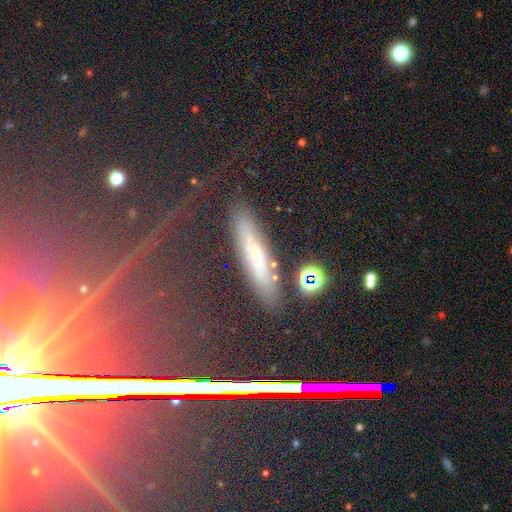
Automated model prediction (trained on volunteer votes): Smooth or featured: smooth — 45% (featured or disk — 35%)
Merging: none — 83% (minor disturbance — 12%)